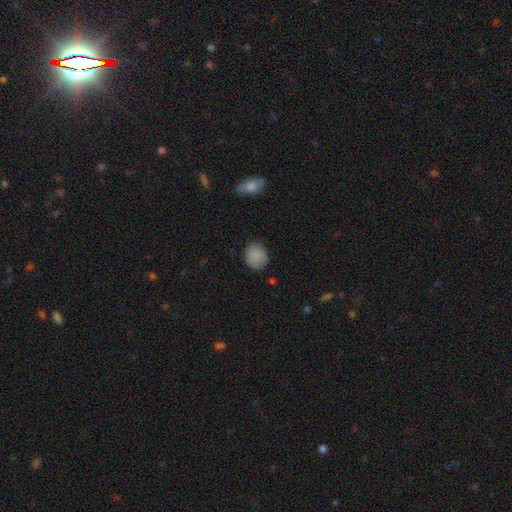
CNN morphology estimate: Smooth or featured? Predicted: smooth (p=0.87). How rounded? Predicted: round (p=0.69). Merging? Predicted: none (p=0.81).